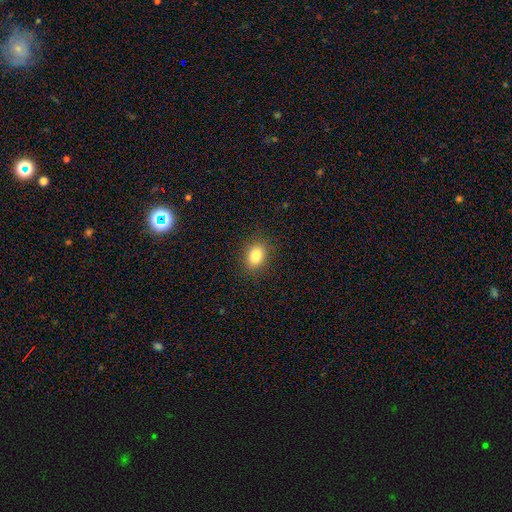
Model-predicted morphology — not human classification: Smooth or featured?
  - smooth: 83% *
  - star or artifact: 10%
  - featured or disk: 6%
How rounded?
  - in between: 64% *
  - round: 35%
  - cigar-shaped: 1%
Merging?
  - none: 87% *
  - minor disturbance: 9%
  - major disturbance: 3%
  - merger: 1%